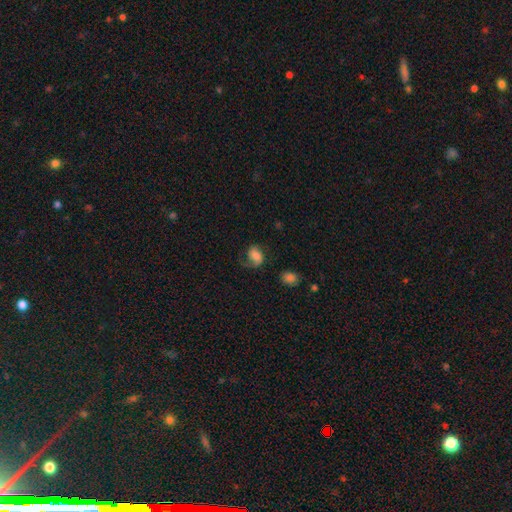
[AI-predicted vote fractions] A smooth galaxy with no disk features (48%). Merging: none (52%).